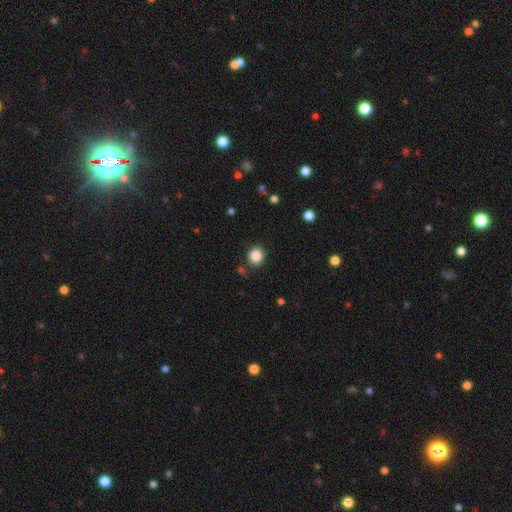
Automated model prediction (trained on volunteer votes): Morphology: type=smooth (87%); roundness=round (79%); merging=none (85%).